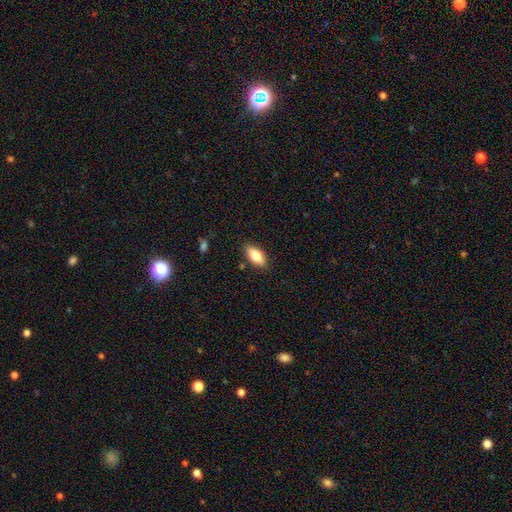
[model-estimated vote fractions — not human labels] A smooth galaxy with no disk features (80%) that is in between round and cigar-shaped (88%).

Vote fractions:
- Smooth or featured? smooth: 80% / featured or disk: 13% / star or artifact: 7%
- How rounded? in between: 88% / cigar-shaped: 9% / round: 3%
- Merging? none: 85% / minor disturbance: 11% / major disturbance: 2% / merger: 2%